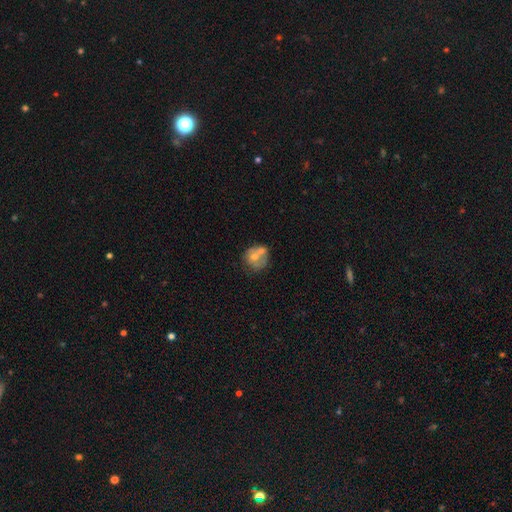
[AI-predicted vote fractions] This is possibly a smooth galaxy (54%). How rounded: likely round (73%). Merging: marginally merger (42%).